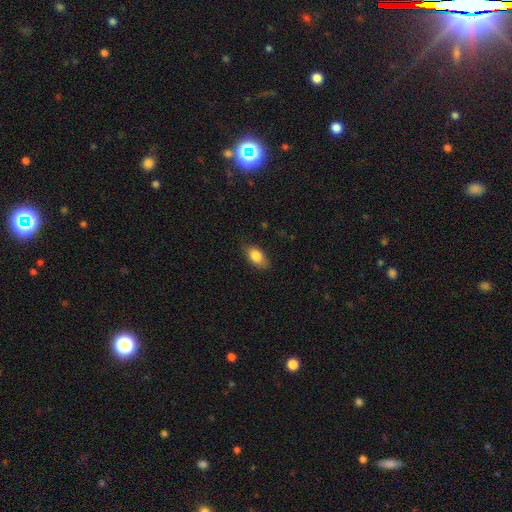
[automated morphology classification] A smooth galaxy with no disk features (83%) that is in between round and cigar-shaped (88%).

Vote fractions:
- Smooth or featured? smooth: 83% / featured or disk: 10% / star or artifact: 7%
- How rounded? in between: 88% / round: 7% / cigar-shaped: 5%
- Merging? none: 77% / minor disturbance: 19% / major disturbance: 4% / merger: 1%